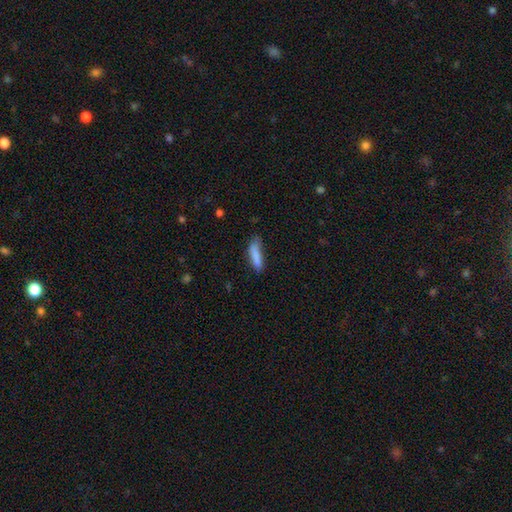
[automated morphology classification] Smooth or featured? smooth (83%)
How rounded? cigar-shaped (68%)
Merging? none (56%)